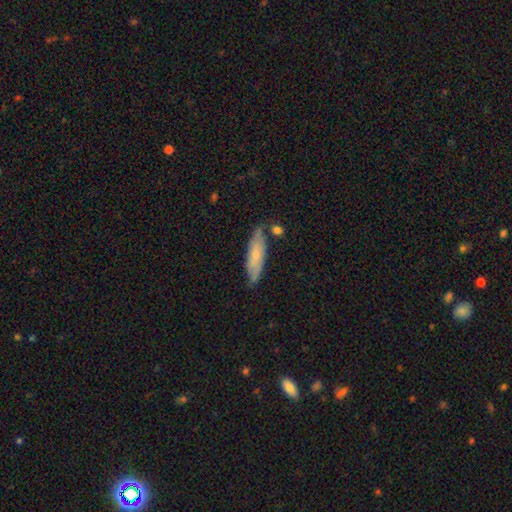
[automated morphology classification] Smooth or featured? smooth (62%)
How rounded? cigar-shaped (61%)
Merging? none (72%)